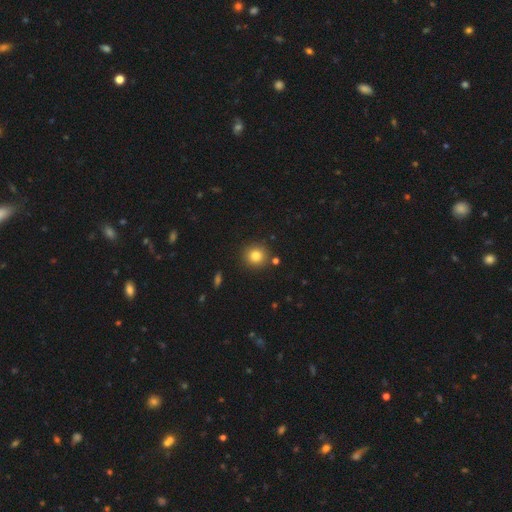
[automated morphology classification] smooth-or-featured: smooth: 82% | star or artifact: 11% | featured or disk: 7%
  how-rounded: round: 92% | in between: 7% | cigar-shaped: 1%
  merging: none: 87% | minor disturbance: 7% | merger: 4% | major disturbance: 2%